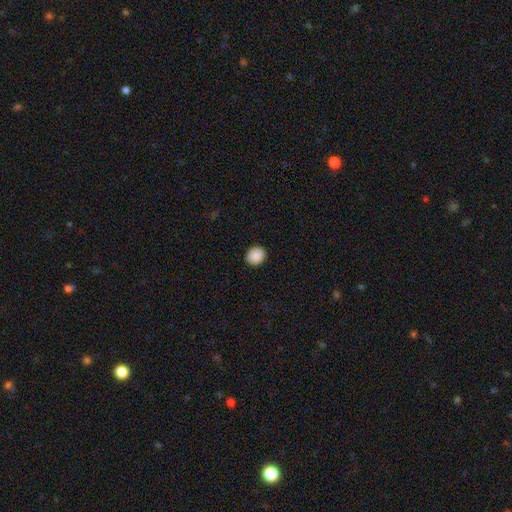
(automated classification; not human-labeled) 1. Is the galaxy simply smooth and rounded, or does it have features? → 89% smooth, 8% star or artifact, 3% featured or disk.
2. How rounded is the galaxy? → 82% round, 17% in between, 1% cigar-shaped.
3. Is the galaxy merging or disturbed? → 90% none, 7% minor disturbance, 2% major disturbance, 1% merger.